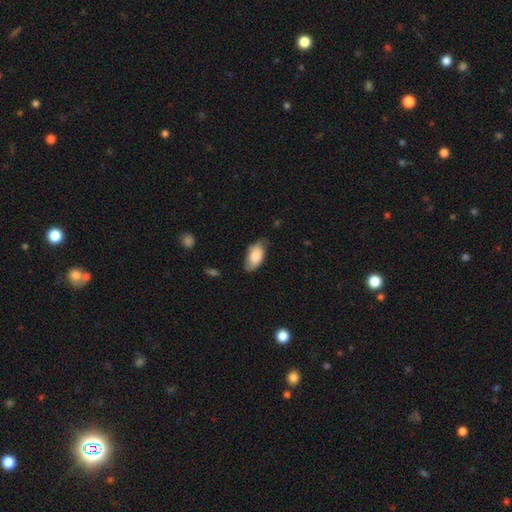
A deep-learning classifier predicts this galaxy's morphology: Smooth or featured? Predicted: smooth (p=0.78). How rounded? Predicted: in between (p=0.93). Merging? Predicted: none (p=0.66).